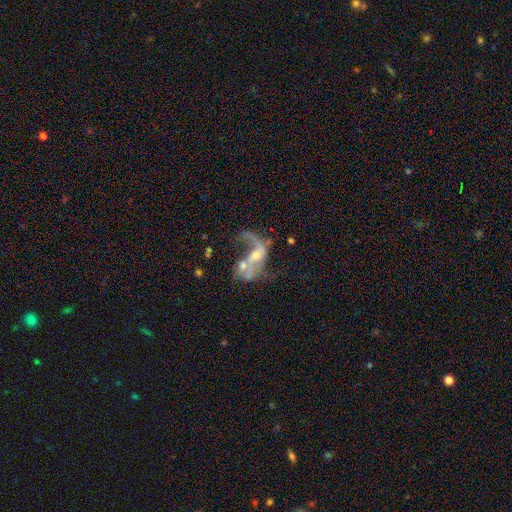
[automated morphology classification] This is likely a featured or disk galaxy (73%). It is clearly not viewed edge-on (95%). Bar: likely no (60%). Spiral arm pattern: likely yes (67%). Central bulge: marginally moderate (40%). Merging: possibly merger (48%).